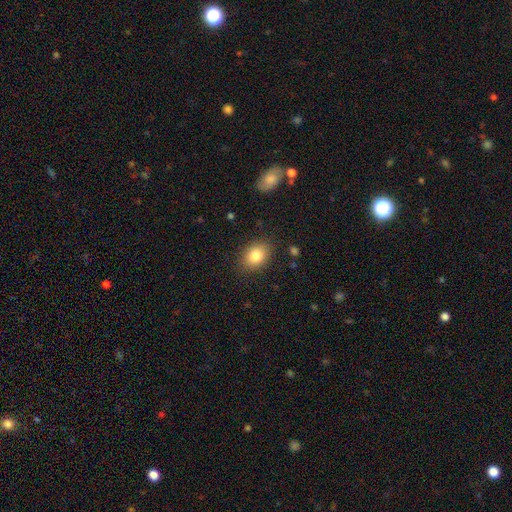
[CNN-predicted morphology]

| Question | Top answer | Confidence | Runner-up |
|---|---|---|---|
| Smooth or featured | smooth | 83% | star or artifact (9%) |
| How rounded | in between | 72% | round (27%) |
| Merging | none | 84% | minor disturbance (11%) |